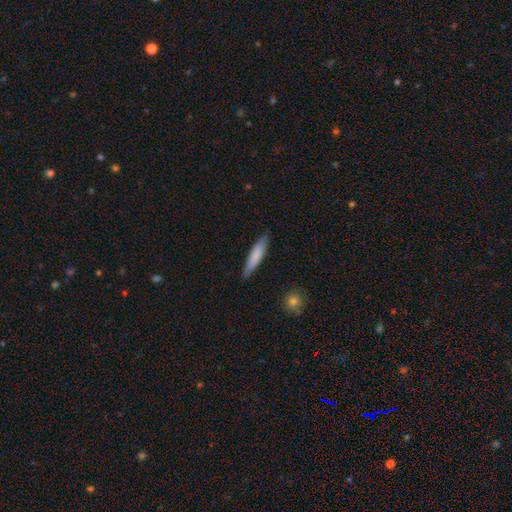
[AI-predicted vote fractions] This is likely a smooth galaxy (76%). How rounded: clearly cigar-shaped (81%). Merging: clearly none (83%).